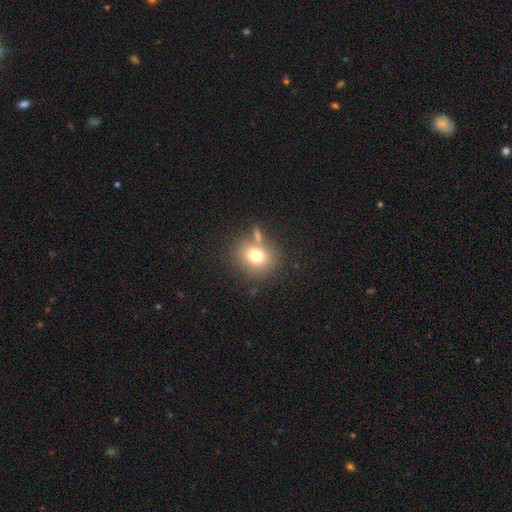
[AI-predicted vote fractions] Smooth or featured?
  - smooth: 75% *
  - featured or disk: 13%
  - star or artifact: 12%
How rounded?
  - round: 67% *
  - in between: 32%
  - cigar-shaped: 1%
Merging?
  - none: 66% *
  - merger: 15%
  - minor disturbance: 13%
  - major disturbance: 6%